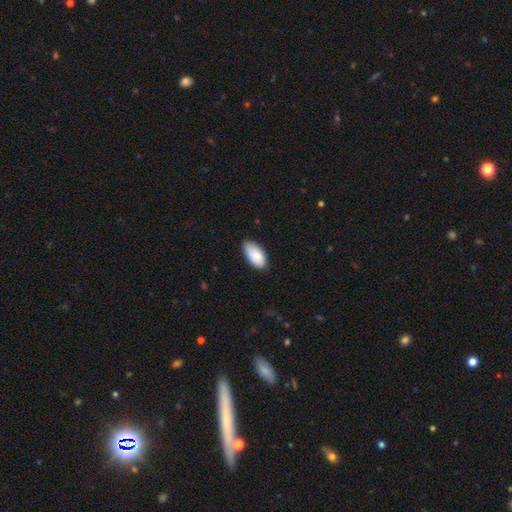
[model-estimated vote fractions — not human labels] This appears to be a smooth galaxy with no disk features (87%) that is in between round and cigar-shaped (95%). Merging: none (78%).